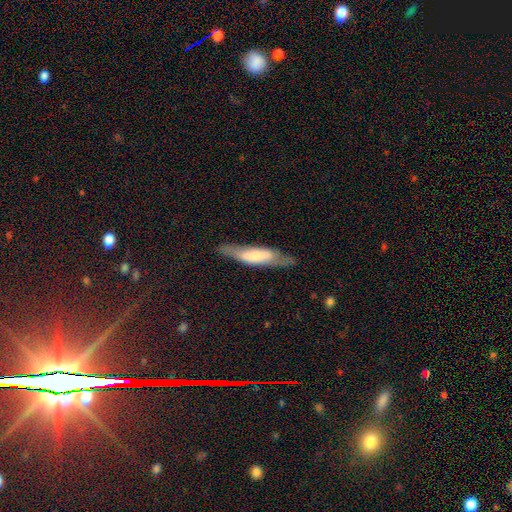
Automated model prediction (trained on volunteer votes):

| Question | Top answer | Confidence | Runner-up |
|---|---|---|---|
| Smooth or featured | smooth | 53% | featured or disk (41%) |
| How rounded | cigar-shaped | 76% | in between (22%) |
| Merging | none | 71% | minor disturbance (20%) |